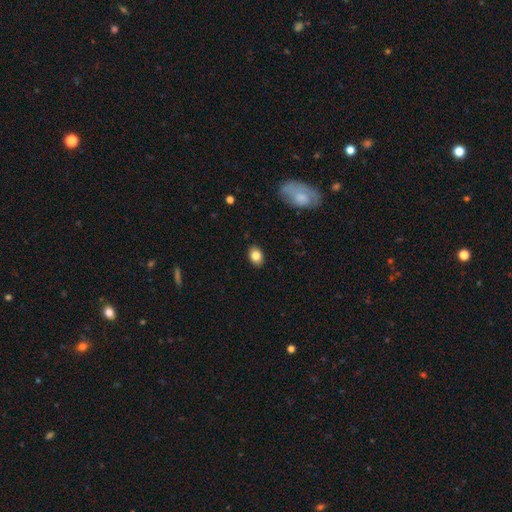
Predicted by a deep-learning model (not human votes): This appears to be a smooth galaxy with no disk features (84%) that is in between round and cigar-shaped (74%). Merging: none (88%).